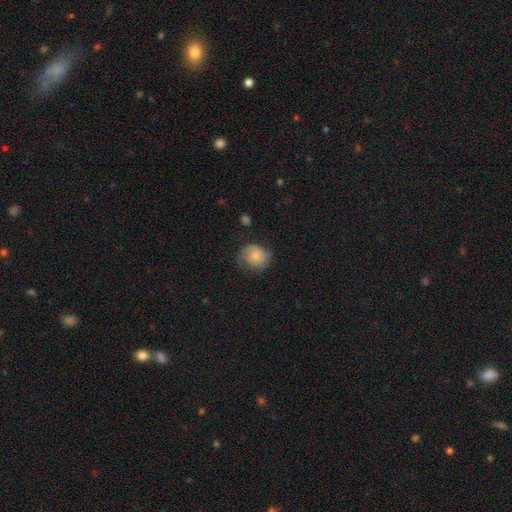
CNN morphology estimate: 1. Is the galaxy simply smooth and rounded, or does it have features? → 61% smooth, 32% featured or disk, 8% star or artifact.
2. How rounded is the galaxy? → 73% round, 27% in between, 1% cigar-shaped.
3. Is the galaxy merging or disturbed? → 54% none, 30% minor disturbance, 14% major disturbance, 2% merger.